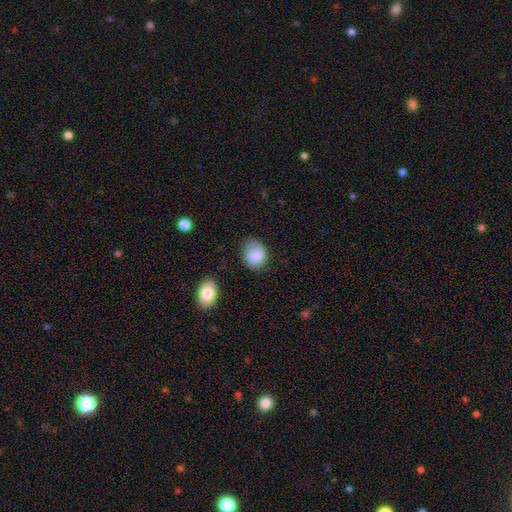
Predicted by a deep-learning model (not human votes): This appears to be a smooth galaxy with no disk features (82%) that is in between round and cigar-shaped (52%). Merging: none (64%).